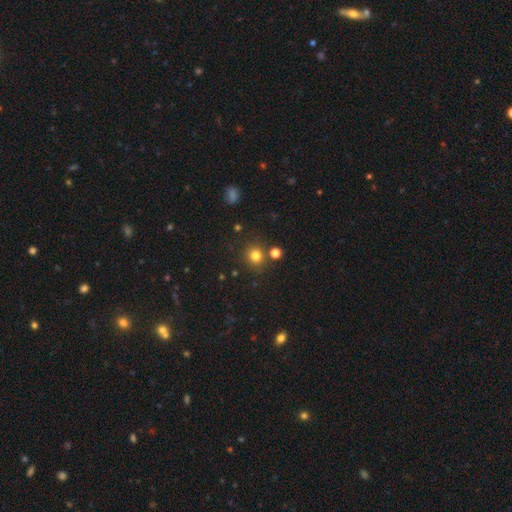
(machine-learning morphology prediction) A smooth galaxy with no disk features (79%) that is round (89%).

Vote fractions:
- Smooth or featured? smooth: 79% / star or artifact: 15% / featured or disk: 6%
- How rounded? round: 89% / in between: 10% / cigar-shaped: 1%
- Merging? none: 81% / minor disturbance: 8% / merger: 8% / major disturbance: 3%